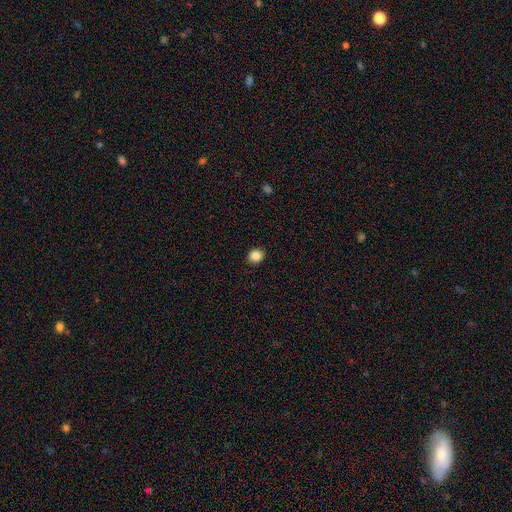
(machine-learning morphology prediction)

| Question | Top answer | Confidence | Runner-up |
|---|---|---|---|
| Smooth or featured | smooth | 86% | star or artifact (10%) |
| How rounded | round | 77% | in between (22%) |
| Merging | none | 91% | minor disturbance (7%) |